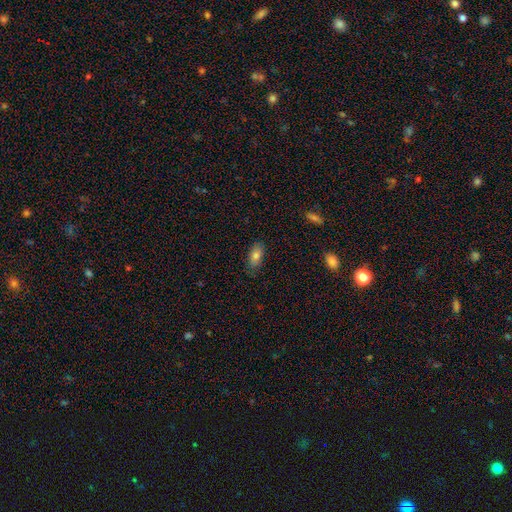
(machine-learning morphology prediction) Smooth or featured?
  - smooth: 80% *
  - featured or disk: 12%
  - star or artifact: 8%
How rounded?
  - in between: 88% *
  - cigar-shaped: 8%
  - round: 4%
Merging?
  - none: 83% *
  - minor disturbance: 13%
  - major disturbance: 3%
  - merger: 1%